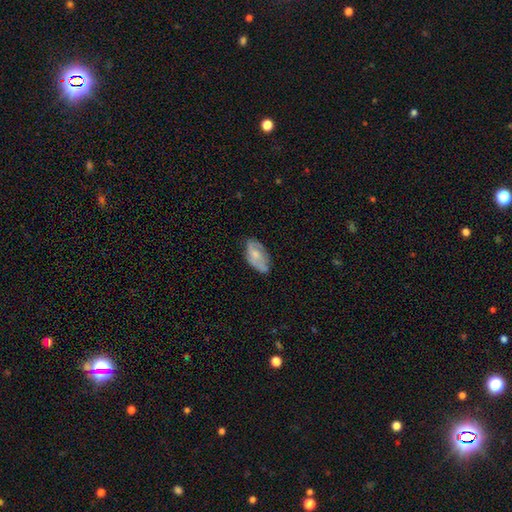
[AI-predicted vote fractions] smooth 51%, featured or disk 42%, star or artifact 7%. Down the decision tree: how rounded — in between (92%); merging — none (62%).